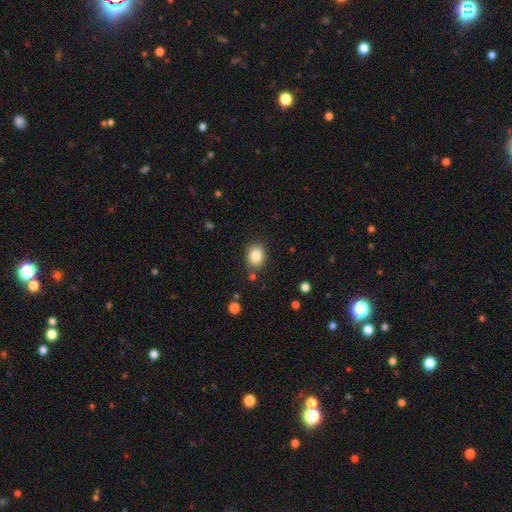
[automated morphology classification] smooth 85%, star or artifact 9%, featured or disk 6%. Down the decision tree: how rounded — round (56%); merging — none (84%).